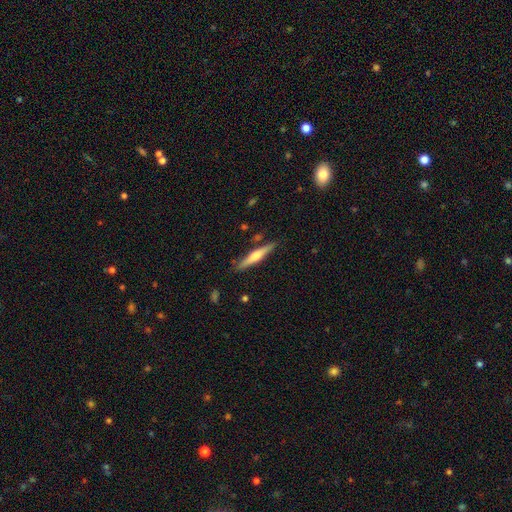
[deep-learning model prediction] This is possibly a featured or disk galaxy (51%). It is clearly viewed edge-on (97%). Merging: clearly none (86%).